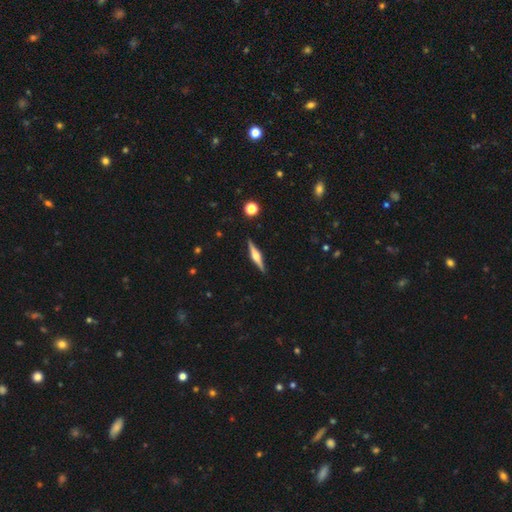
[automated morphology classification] Smooth or featured? Predicted: featured or disk (p=0.76). Edge-on disk? Predicted: yes (p=0.98). Edge-on bulge? Predicted: rounded (p=0.91). Merging? Predicted: none (p=0.91).